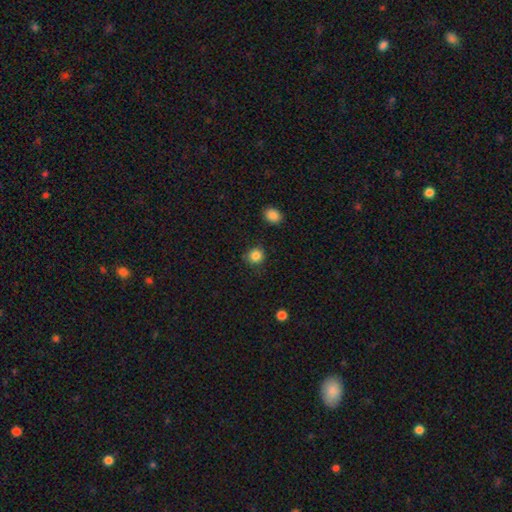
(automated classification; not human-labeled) Smooth or featured? Predicted: smooth (p=0.86). How rounded? Predicted: round (p=0.90). Merging? Predicted: none (p=0.85).